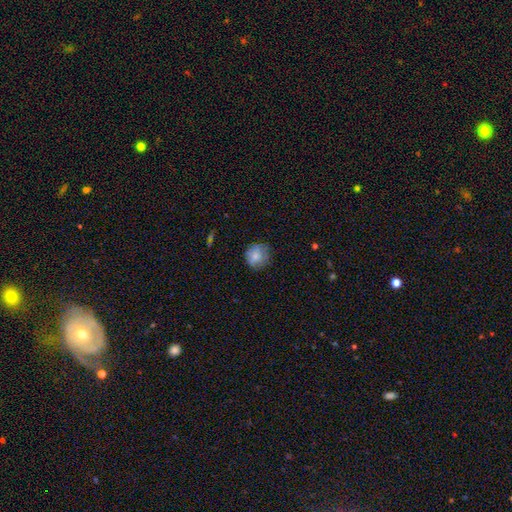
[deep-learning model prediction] This appears to be a smooth galaxy with no disk features (76%) that is round (84%). Merging: none (72%).